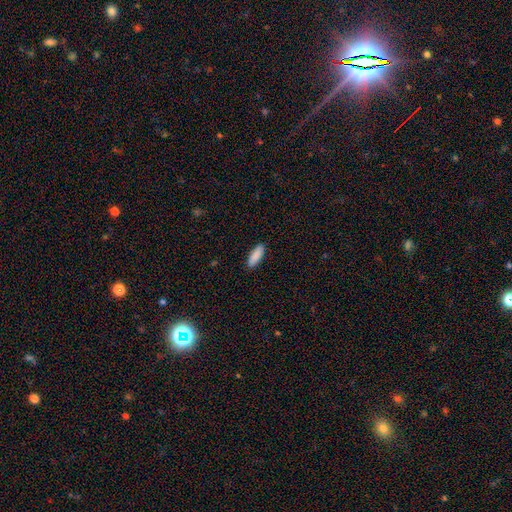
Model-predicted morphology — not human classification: This appears to be a smooth galaxy with no disk features (90%) that is in between round and cigar-shaped (62%). Merging: none (90%).